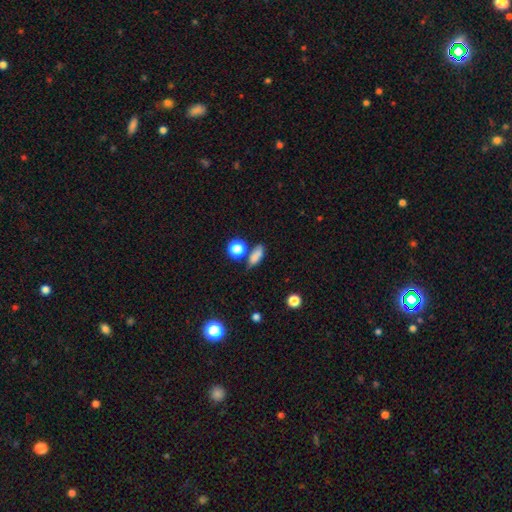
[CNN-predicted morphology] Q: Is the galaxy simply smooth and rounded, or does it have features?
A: smooth — 79%.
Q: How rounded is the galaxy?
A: in between — 65%.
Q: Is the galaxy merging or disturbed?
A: none — 63%.